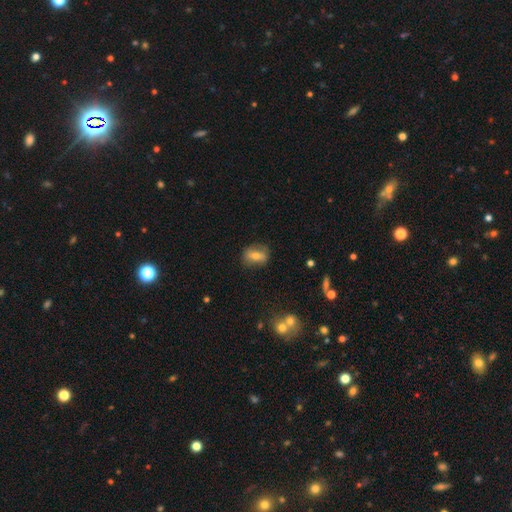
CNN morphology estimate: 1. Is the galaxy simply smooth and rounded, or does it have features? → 64% smooth, 26% featured or disk, 10% star or artifact.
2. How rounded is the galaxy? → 68% in between, 29% round, 4% cigar-shaped.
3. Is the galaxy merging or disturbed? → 77% none, 16% minor disturbance, 5% major disturbance, 2% merger.